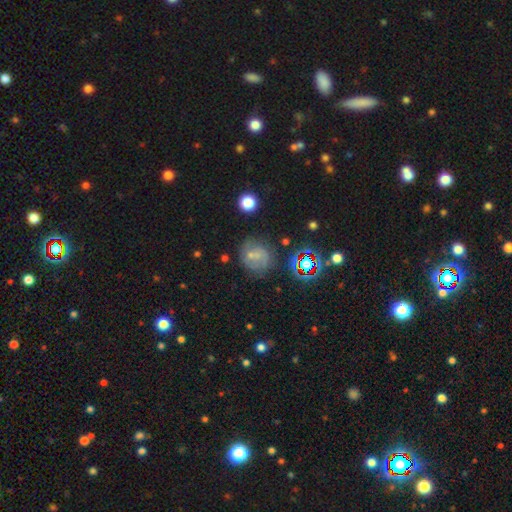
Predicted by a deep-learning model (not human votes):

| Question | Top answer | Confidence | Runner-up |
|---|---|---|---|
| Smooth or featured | featured or disk | 42% | smooth (39%) |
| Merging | none | 62% | minor disturbance (21%) |